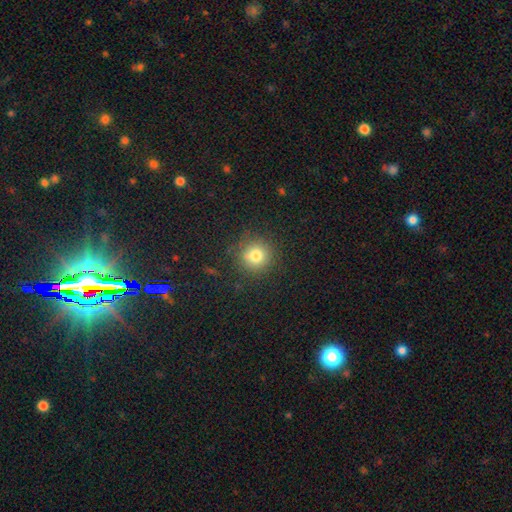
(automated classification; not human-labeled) Morphology: type=smooth (77%); roundness=round (93%); merging=none (85%).